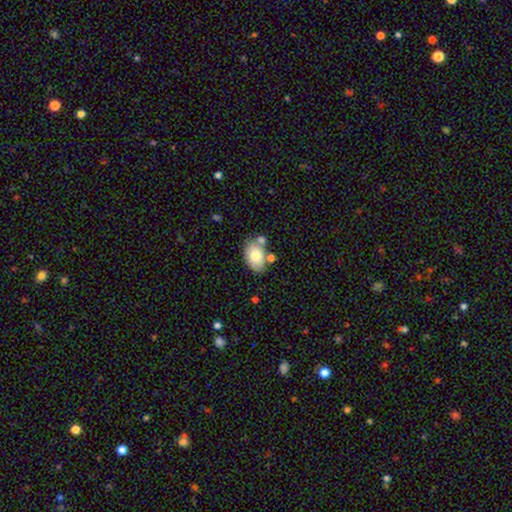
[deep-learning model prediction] This appears to be a smooth galaxy with no disk features (75%) that is in between round and cigar-shaped (88%). Merging: none (61%).